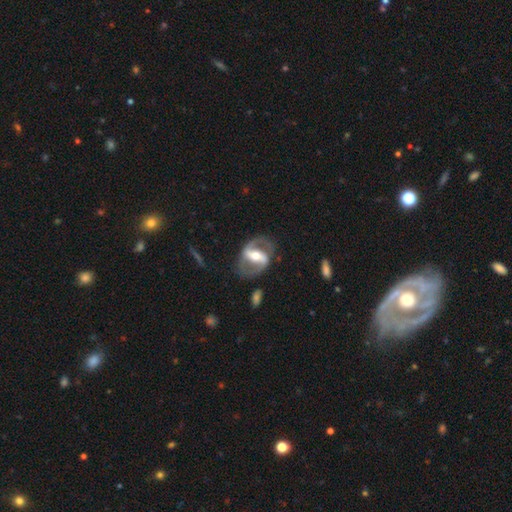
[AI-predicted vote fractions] Morphology: type=featured or disk (87%); edge-on=no (96%); bar=strong (62%); spiral arms=yes (89%); winding=medium (54%); arm count=2 (91%); bulge=moderate (69%); merging=none (77%).